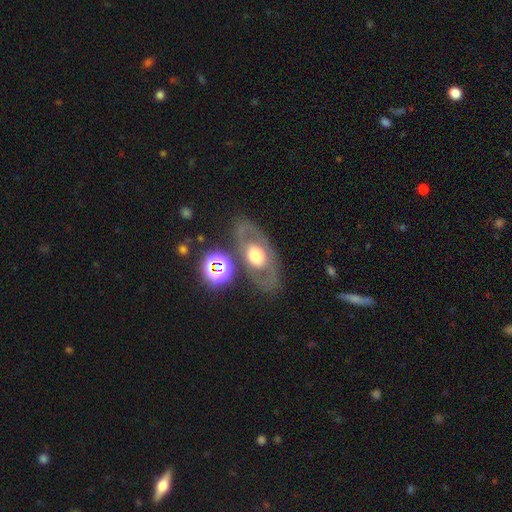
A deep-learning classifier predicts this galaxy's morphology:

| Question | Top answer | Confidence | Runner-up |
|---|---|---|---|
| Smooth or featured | featured or disk | 55% | smooth (34%) |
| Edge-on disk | no | 86% | yes (14%) |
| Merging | none | 74% | minor disturbance (12%) |